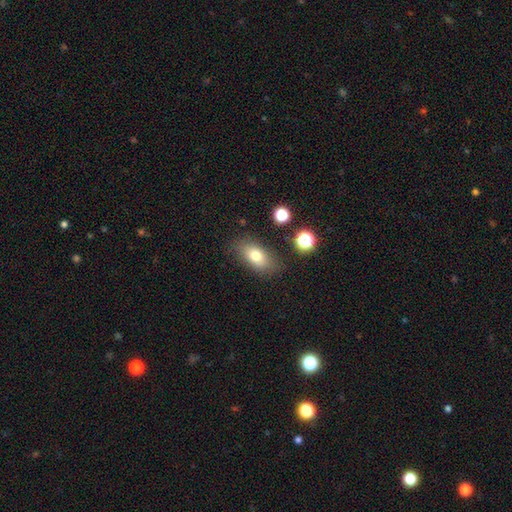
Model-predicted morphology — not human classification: Smooth or featured?
  - smooth: 75% *
  - featured or disk: 14%
  - star or artifact: 10%
How rounded?
  - in between: 85% *
  - round: 10%
  - cigar-shaped: 6%
Merging?
  - none: 80% *
  - minor disturbance: 13%
  - major disturbance: 4%
  - merger: 3%